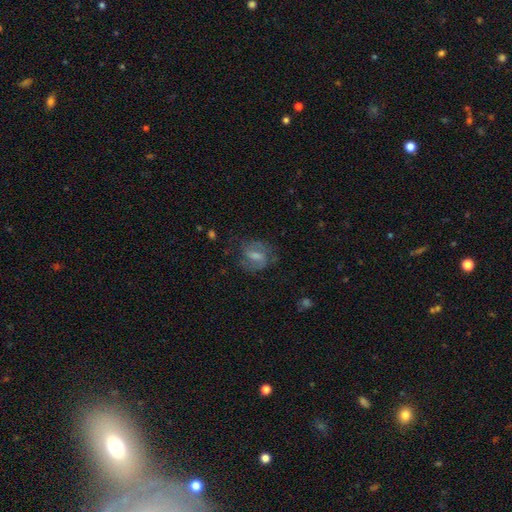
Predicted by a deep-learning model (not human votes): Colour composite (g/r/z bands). It shows a featured or disk galaxy (59%) with a weak bar (50%), spiral arms (81%) and a moderate central bulge (38%). Merging: none (69%).